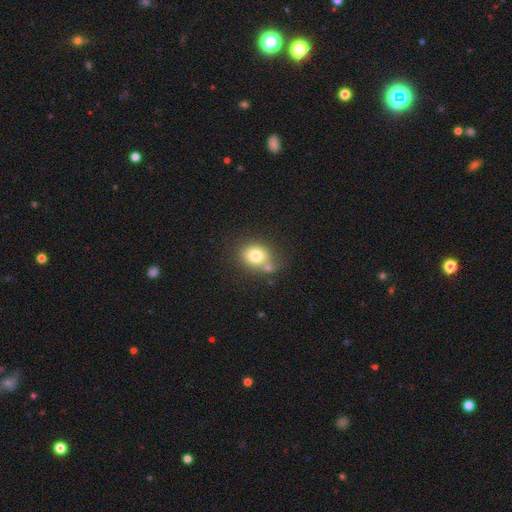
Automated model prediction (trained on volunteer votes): Smooth or featured: smooth — 77% (featured or disk — 12%)
How rounded: round — 60% (in between — 39%)
Merging: none — 57% (merger — 22%)